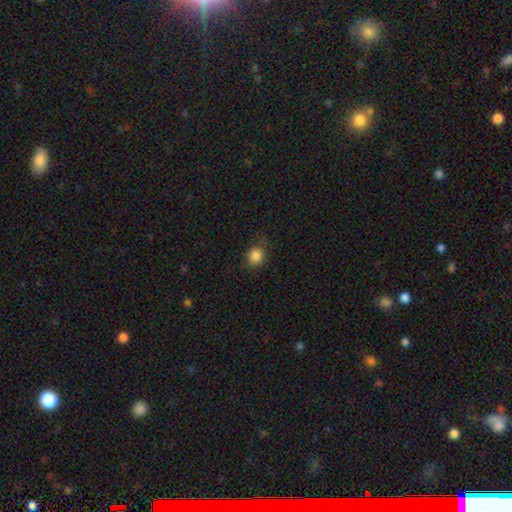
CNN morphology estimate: The model was most divided on "how rounded": round: 78%, in between: 21%, cigar-shaped: 1%. More confident: smooth or featured — smooth (85%); merging — none (77%).